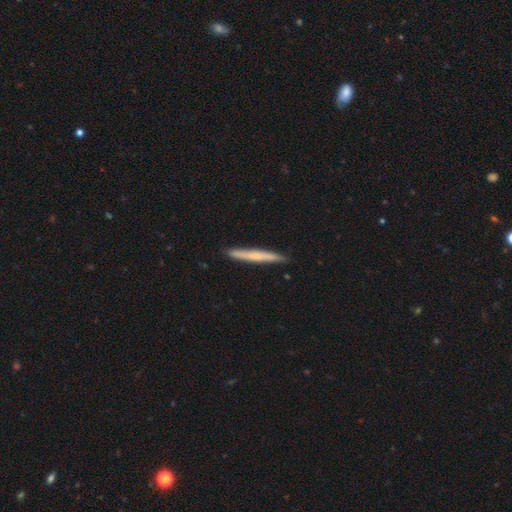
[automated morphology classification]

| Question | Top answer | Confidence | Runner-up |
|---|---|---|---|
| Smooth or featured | smooth | 56% | featured or disk (38%) |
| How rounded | cigar-shaped | 97% | in between (2%) |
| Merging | none | 90% | minor disturbance (7%) |